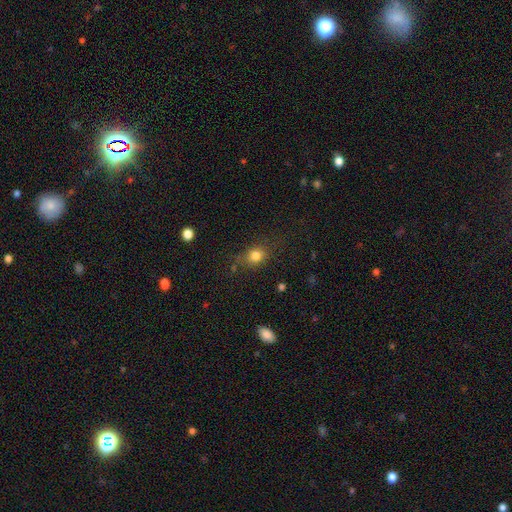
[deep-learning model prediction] smooth 80%, star or artifact 12%, featured or disk 8%. Down the decision tree: how rounded — round (57%); merging — none (73%).